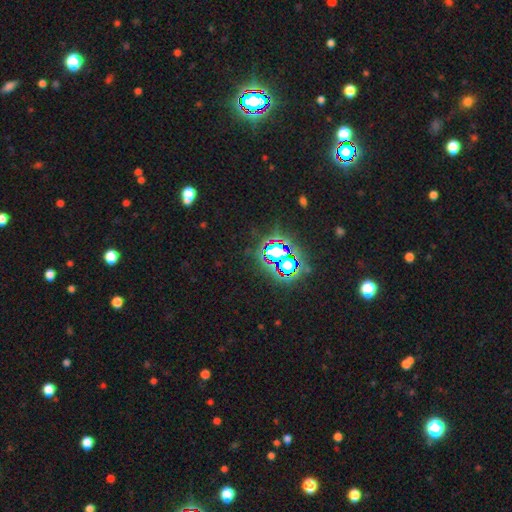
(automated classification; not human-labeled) Q: Smooth or featured?
A: star or artifact (82%); runner-up: smooth (11%)